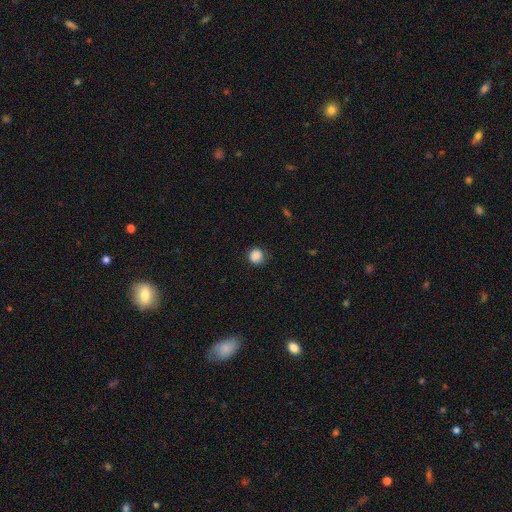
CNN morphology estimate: smooth-or-featured: smooth: 87% | star or artifact: 9% | featured or disk: 3%
  how-rounded: round: 90% | in between: 9% | cigar-shaped: 1%
  merging: none: 80% | minor disturbance: 15% | major disturbance: 4% | merger: 1%